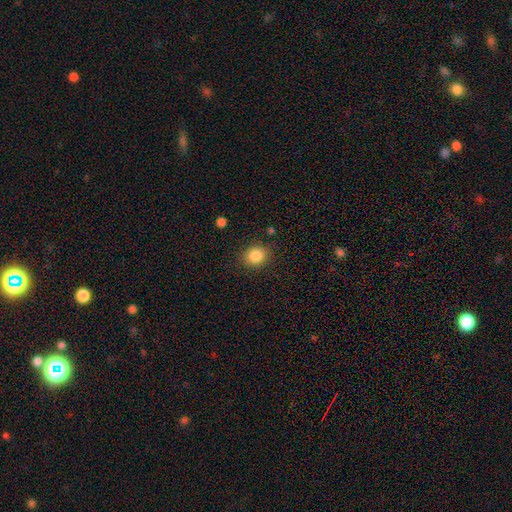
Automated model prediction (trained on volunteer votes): Smooth or featured?
  - smooth: 86% *
  - star or artifact: 10%
  - featured or disk: 5%
How rounded?
  - round: 69% *
  - in between: 30%
  - cigar-shaped: 1%
Merging?
  - none: 85% *
  - minor disturbance: 10%
  - major disturbance: 3%
  - merger: 2%